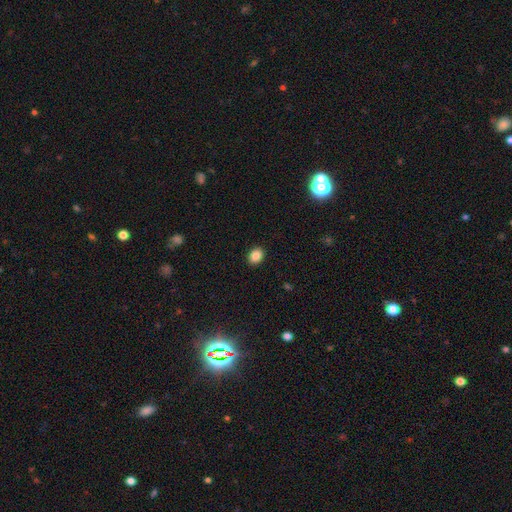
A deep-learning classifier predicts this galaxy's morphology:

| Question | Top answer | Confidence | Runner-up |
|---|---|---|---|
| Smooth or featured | smooth | 87% | star or artifact (9%) |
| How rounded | in between | 54% | round (45%) |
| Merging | none | 91% | minor disturbance (6%) |